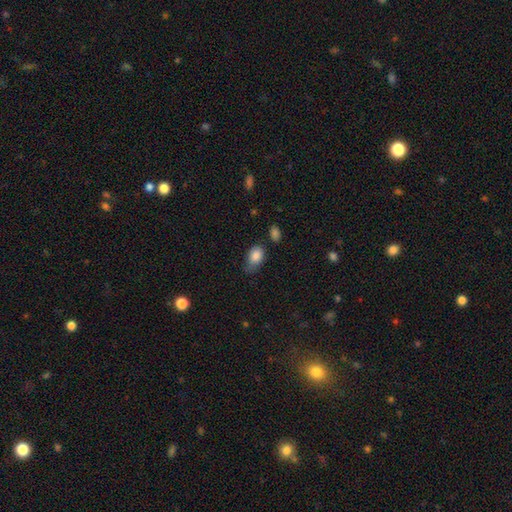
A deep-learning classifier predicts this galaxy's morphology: A smooth galaxy with no disk features (84%) that is in between round and cigar-shaped (83%). Merging: none (47%).